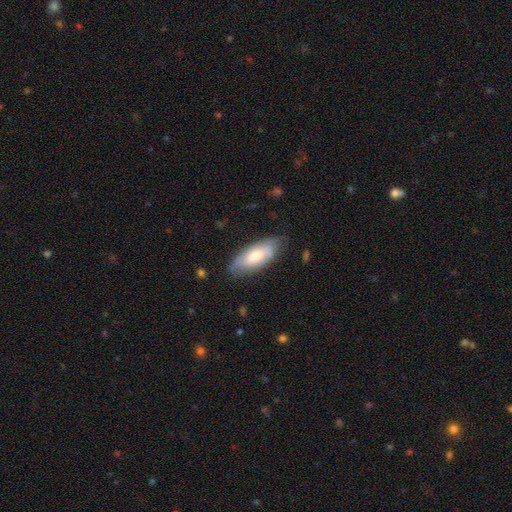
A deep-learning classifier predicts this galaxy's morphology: smooth 66%, featured or disk 29%, star or artifact 6%. Down the decision tree: how rounded — in between (80%); merging — none (73%).